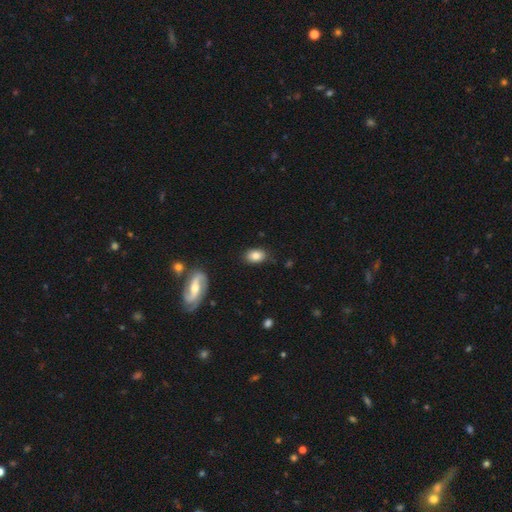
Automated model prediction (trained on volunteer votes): The model was most divided on "how rounded": in between: 82%, round: 16%, cigar-shaped: 2%. More confident: merging — none (83%); smooth or featured — smooth (80%).